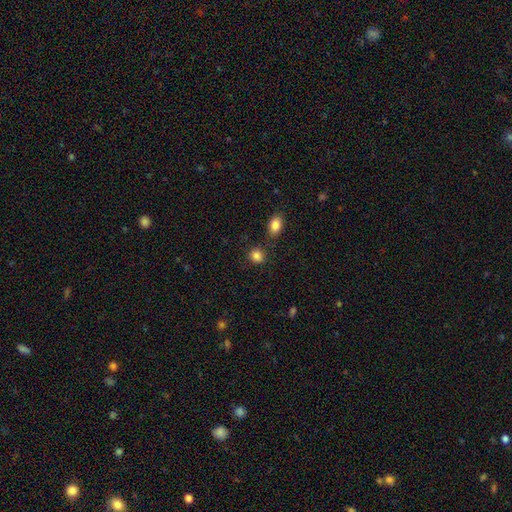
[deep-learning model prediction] Morphology: type=smooth (86%); roundness=round (70%); merging=none (79%).